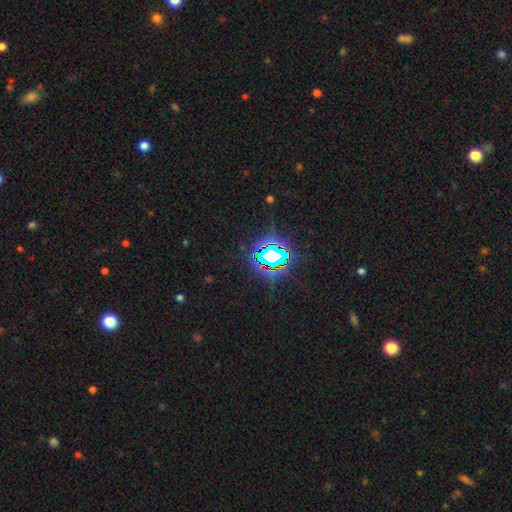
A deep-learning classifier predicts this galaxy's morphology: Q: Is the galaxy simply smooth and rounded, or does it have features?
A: star or artifact — 84%.